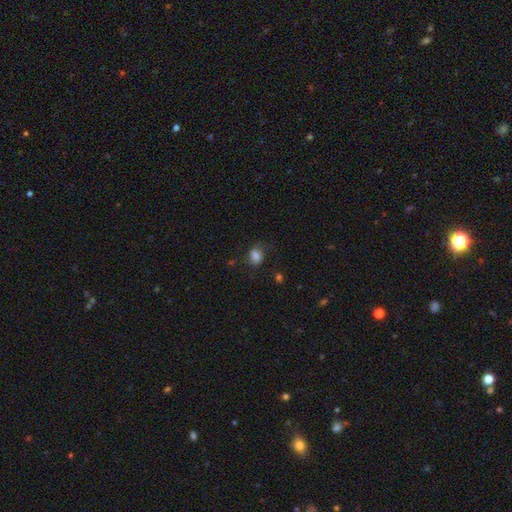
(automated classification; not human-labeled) Overall: smooth (79%). How rounded: in between (62%; round 37%). Merging: none (59%; minor disturbance 26%).